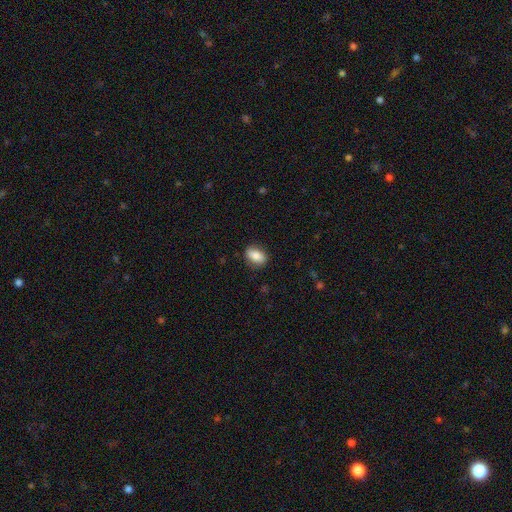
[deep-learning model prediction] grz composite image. It shows a smooth galaxy with no disk features (82%) that is in between round and cigar-shaped (83%). Merging: none (85%).